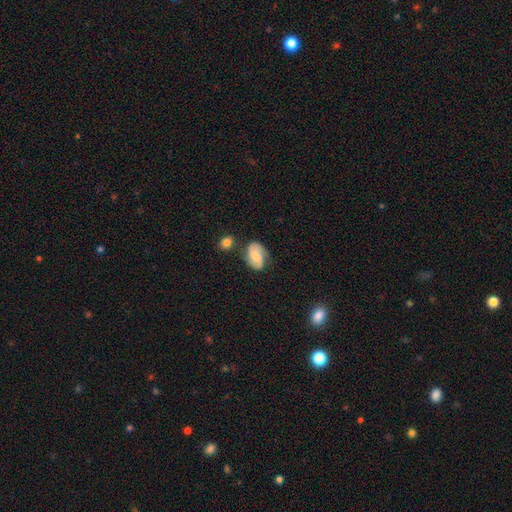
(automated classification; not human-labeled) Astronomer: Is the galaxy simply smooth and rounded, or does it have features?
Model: smooth — 46% (runner-up: featured or disk, 45%).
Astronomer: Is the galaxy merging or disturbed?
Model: none — 62%.